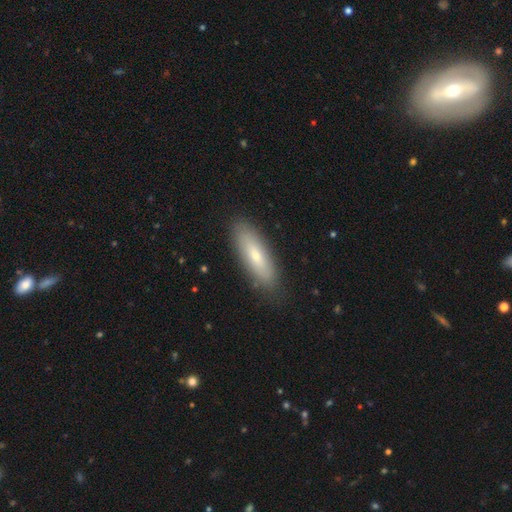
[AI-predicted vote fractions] This appears to be a smooth galaxy with no disk features (64%) that is in between round and cigar-shaped (55%). Merging: none (86%).